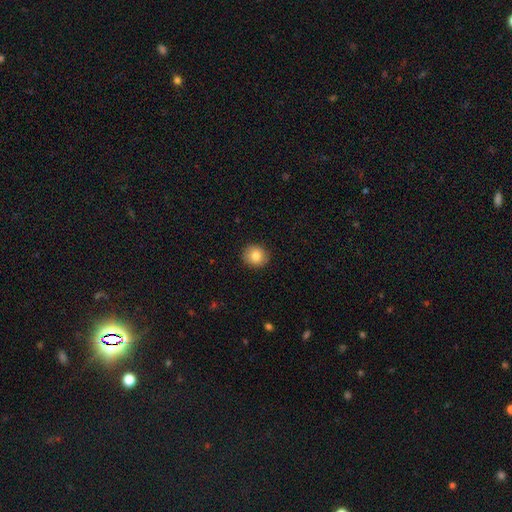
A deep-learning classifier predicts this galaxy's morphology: Overall: smooth (83%). How rounded: round (82%). Merging: none (91%).